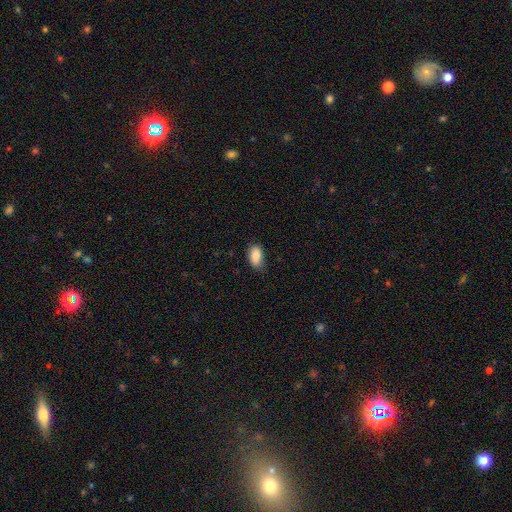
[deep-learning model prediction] This is clearly a smooth galaxy (87%). How rounded: clearly in between (93%). Merging: likely none (72%).